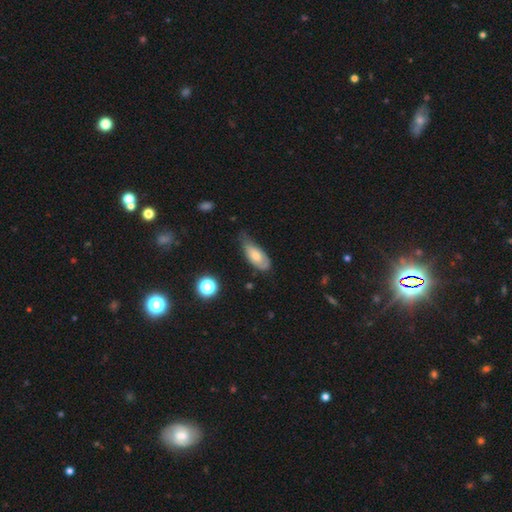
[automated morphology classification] Smooth or featured? Predicted: smooth (p=0.64). How rounded? Predicted: in between (p=0.83). Merging? Predicted: minor disturbance (p=0.46).